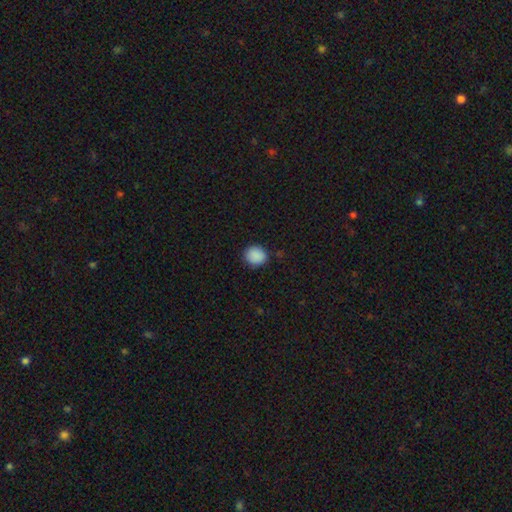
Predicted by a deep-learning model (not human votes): Morphology: type=smooth (89%); roundness=round (81%); merging=none (87%).